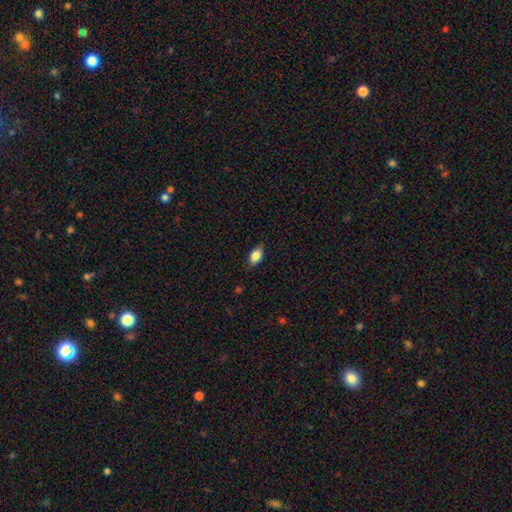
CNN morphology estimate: Smooth or featured? smooth (84%)
How rounded? in between (89%)
Merging? none (83%)